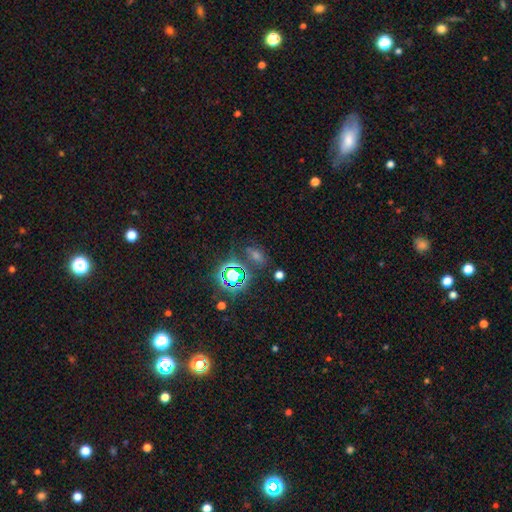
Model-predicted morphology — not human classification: type=star or artifact (59%).